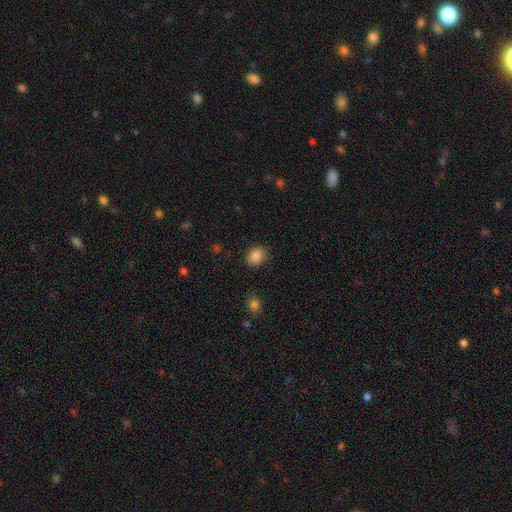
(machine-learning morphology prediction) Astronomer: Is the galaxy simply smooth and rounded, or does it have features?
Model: smooth — 86%.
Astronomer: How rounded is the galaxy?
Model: in between — 60% (runner-up: round, 39%).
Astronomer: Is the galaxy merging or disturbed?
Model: none — 83%.